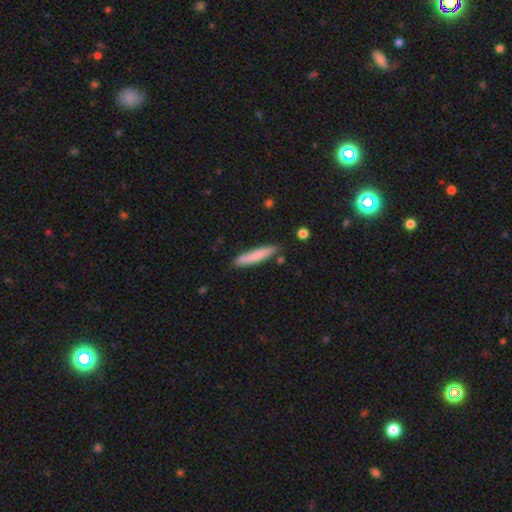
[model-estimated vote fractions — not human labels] Smooth or featured?
  - smooth: 75% *
  - featured or disk: 20%
  - star or artifact: 6%
How rounded?
  - cigar-shaped: 91% *
  - in between: 8%
  - round: 1%
Merging?
  - none: 83% *
  - minor disturbance: 12%
  - merger: 3%
  - major disturbance: 2%